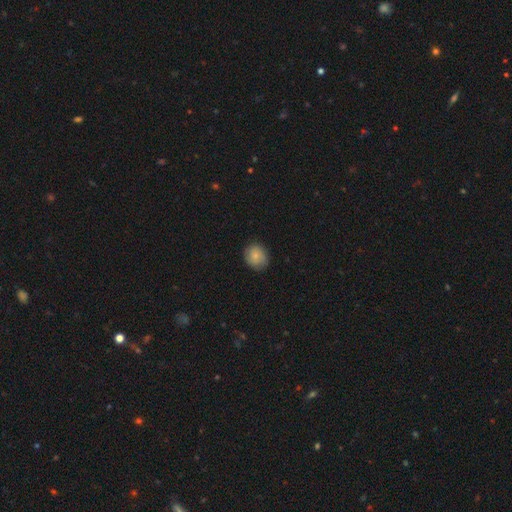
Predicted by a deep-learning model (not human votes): smooth_or_featured: smooth (p=0.82) [alt: featured or disk p=0.10]
how_rounded: round (p=0.78) [alt: in between p=0.22]
merging: none (p=0.84) [alt: minor disturbance p=0.12]